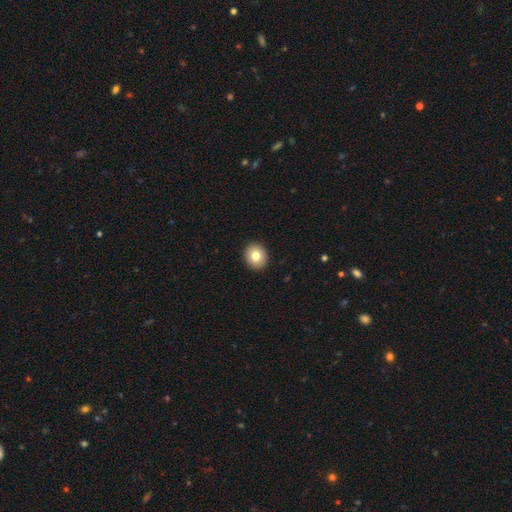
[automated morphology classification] A smooth galaxy with no disk features (79%) that is round (78%). Merging: none (92%).